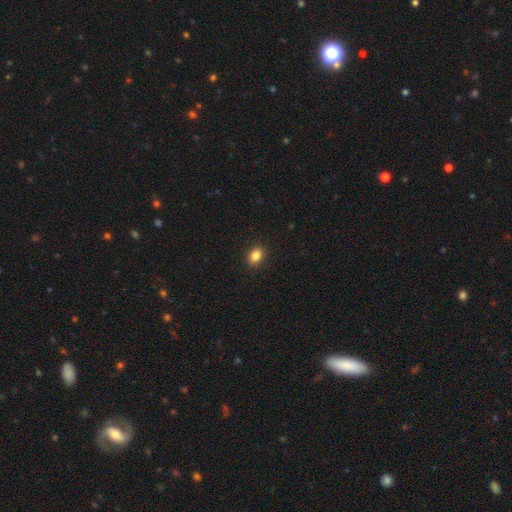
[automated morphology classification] Smooth or featured?
  - smooth: 85% *
  - star or artifact: 10%
  - featured or disk: 5%
How rounded?
  - in between: 71% *
  - round: 27%
  - cigar-shaped: 1%
Merging?
  - none: 91% *
  - minor disturbance: 7%
  - major disturbance: 2%
  - merger: 1%